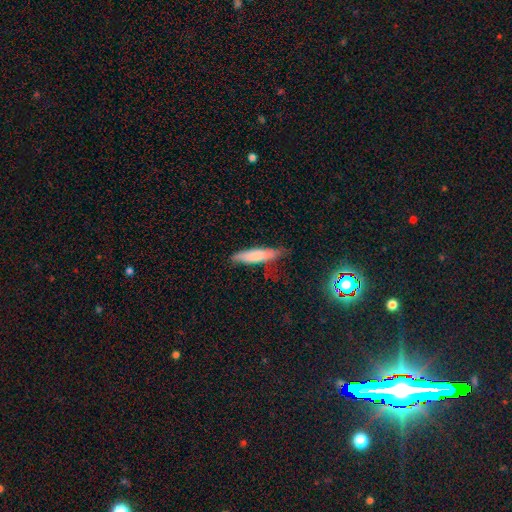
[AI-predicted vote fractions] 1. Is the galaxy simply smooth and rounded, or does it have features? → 76% smooth, 17% featured or disk, 6% star or artifact.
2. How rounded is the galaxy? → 78% cigar-shaped, 21% in between, 1% round.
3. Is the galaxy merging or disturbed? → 65% none, 26% minor disturbance, 7% major disturbance, 2% merger.